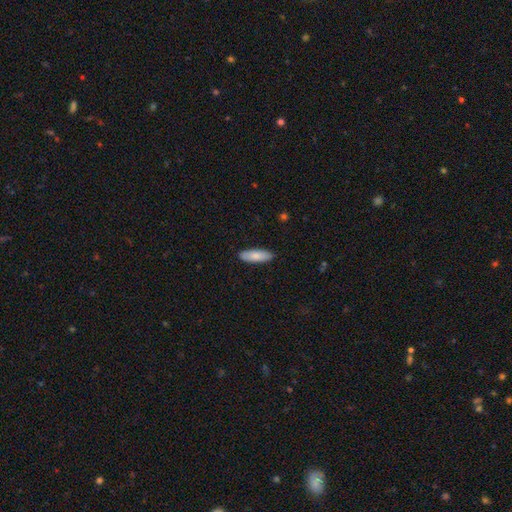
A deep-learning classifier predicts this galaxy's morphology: Smooth or featured: smooth — 84% (featured or disk — 11%)
How rounded: in between — 61% (cigar-shaped — 38%)
Merging: none — 89% (minor disturbance — 8%)